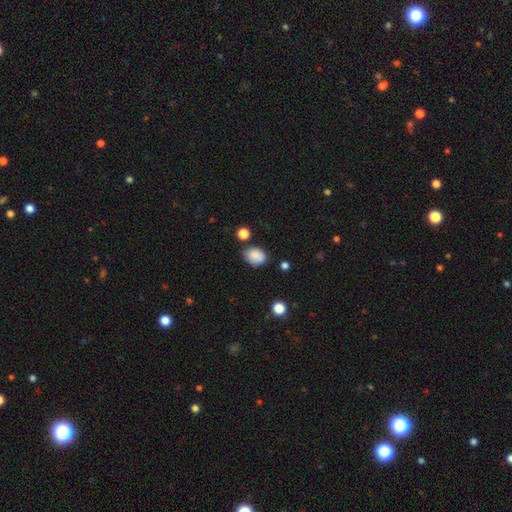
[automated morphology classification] This appears to be a smooth galaxy with no disk features (84%) that is in between round and cigar-shaped (68%). Merging: none (68%).